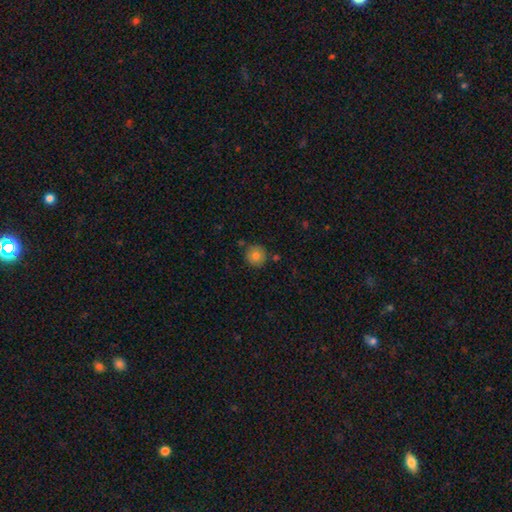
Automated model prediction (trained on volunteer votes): A smooth galaxy with no disk features (81%) that is round (94%). Merging: none (81%).